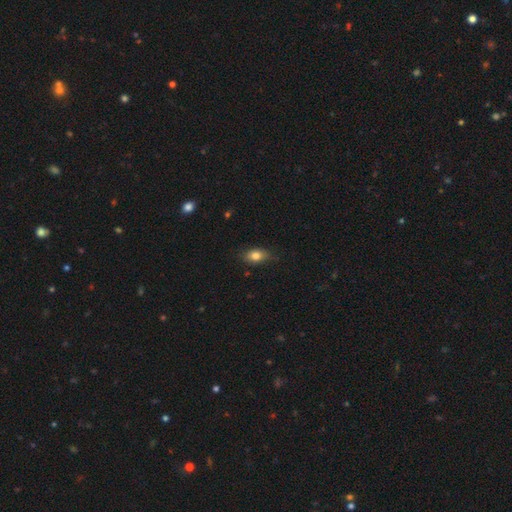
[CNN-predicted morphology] Overall: smooth (81%). How rounded: in between (82%). Merging: none (75%).